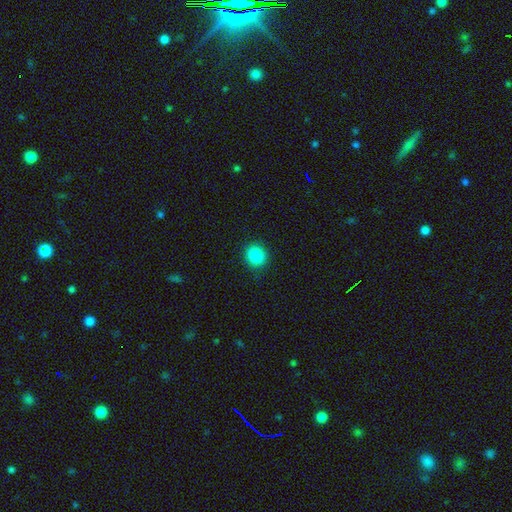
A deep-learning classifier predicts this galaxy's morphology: Smooth or featured? Predicted: smooth (p=0.87). How rounded? Predicted: round (p=0.81). Merging? Predicted: none (p=0.90).